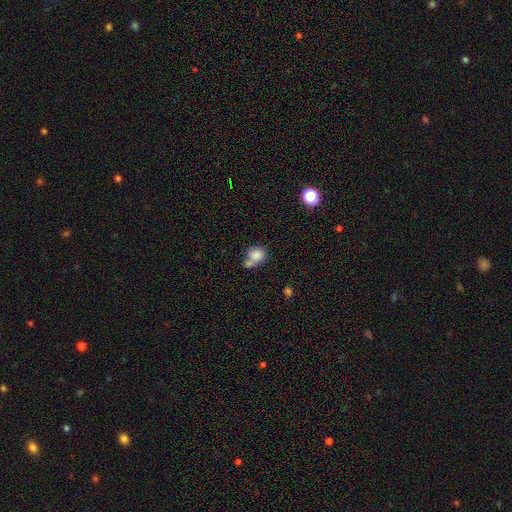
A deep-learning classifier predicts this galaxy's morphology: The model was most divided on "merging": merger: 47%, none: 34%, minor disturbance: 13%, major disturbance: 7%. More confident: smooth or featured — smooth (81%); how rounded — round (67%).